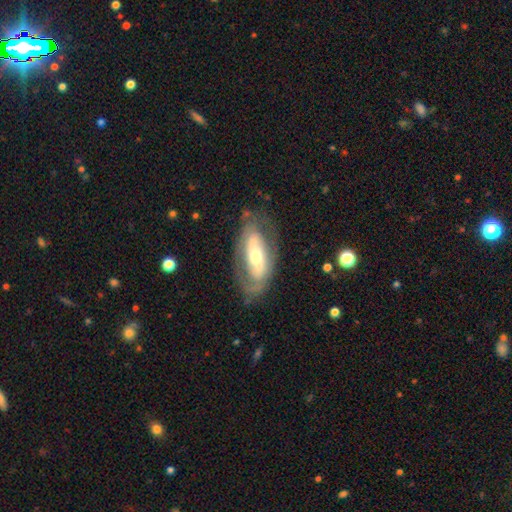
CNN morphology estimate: This appears to be a featured or disk galaxy (70%) with no bar (38%), spiral arms (58%) and a moderate central bulge (54%). Merging: none (73%).